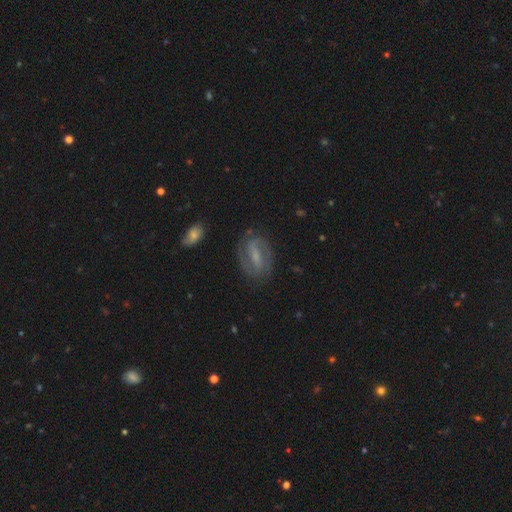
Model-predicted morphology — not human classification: The model was most divided on "spiral winding": medium: 45%, tight: 39%, loose: 15%. Remaining: edge-on disk — no (95%); spiral arms — yes (89%); spiral arm count — 2 (83%); merging — none (78%); smooth or featured — featured or disk (76%); bar — strong (49%); bulge size — small (48%).